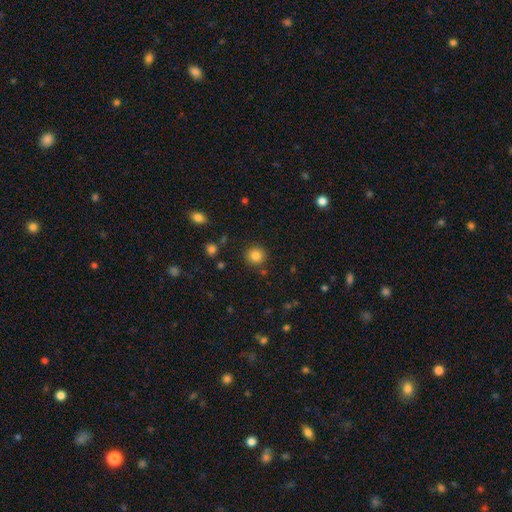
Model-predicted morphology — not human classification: A smooth galaxy with no disk features (83%) that is round (92%).

Vote fractions:
- Smooth or featured? smooth: 83% / star or artifact: 11% / featured or disk: 5%
- How rounded? round: 92% / in between: 7% / cigar-shaped: 1%
- Merging? none: 88% / minor disturbance: 7% / merger: 3% / major disturbance: 3%